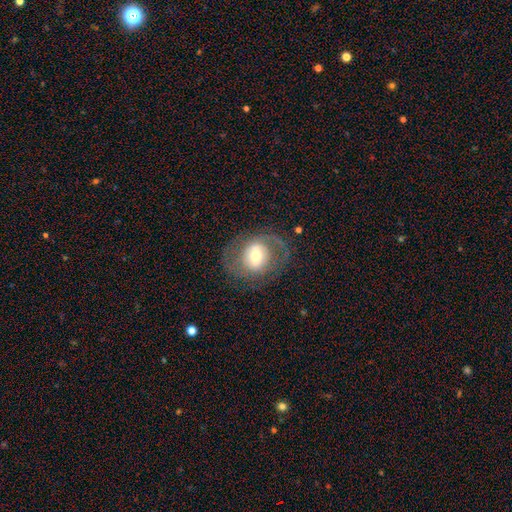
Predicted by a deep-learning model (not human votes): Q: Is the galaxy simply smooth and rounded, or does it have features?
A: featured or disk — 59%.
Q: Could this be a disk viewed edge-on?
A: no — 95%.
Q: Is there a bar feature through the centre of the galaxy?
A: no — 44%.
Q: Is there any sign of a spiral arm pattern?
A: yes — 54%.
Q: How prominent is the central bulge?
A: moderate — 56%.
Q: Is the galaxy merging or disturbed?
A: none — 72%.